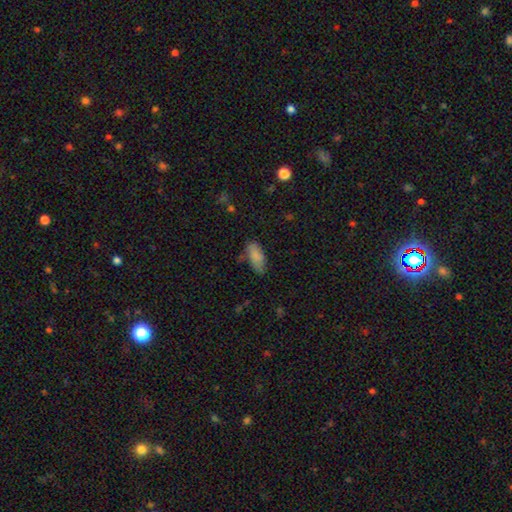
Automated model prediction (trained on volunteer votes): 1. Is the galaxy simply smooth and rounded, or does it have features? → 84% smooth, 9% featured or disk, 7% star or artifact.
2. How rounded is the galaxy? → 84% in between, 14% cigar-shaped, 2% round.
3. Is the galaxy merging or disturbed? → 65% none, 26% minor disturbance, 6% major disturbance, 3% merger.